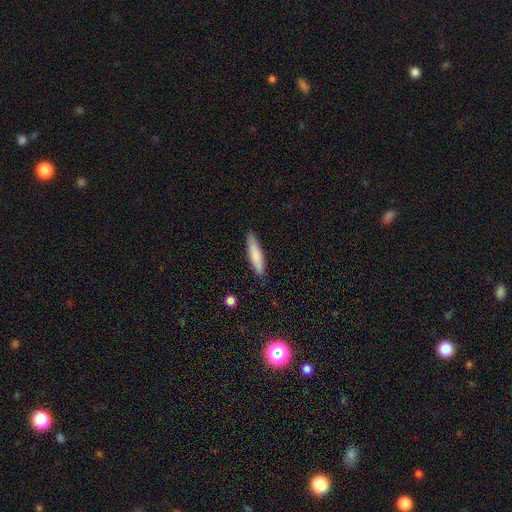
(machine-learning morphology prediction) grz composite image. It shows a smooth galaxy with no disk features (80%) that is cigar-shaped (84%). Merging: none (87%).